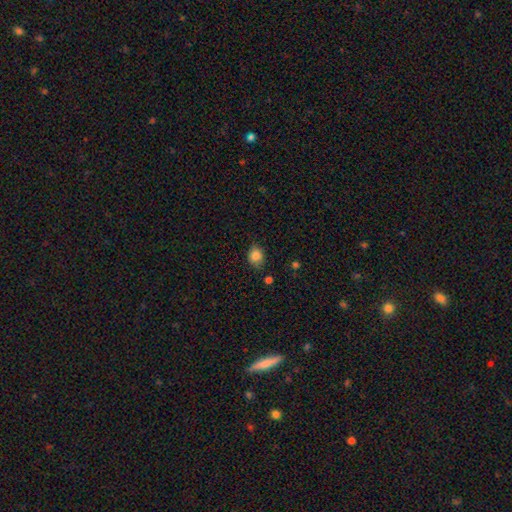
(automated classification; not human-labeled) A smooth galaxy with no disk features (84%) that is round (54%). Merging: none (80%).